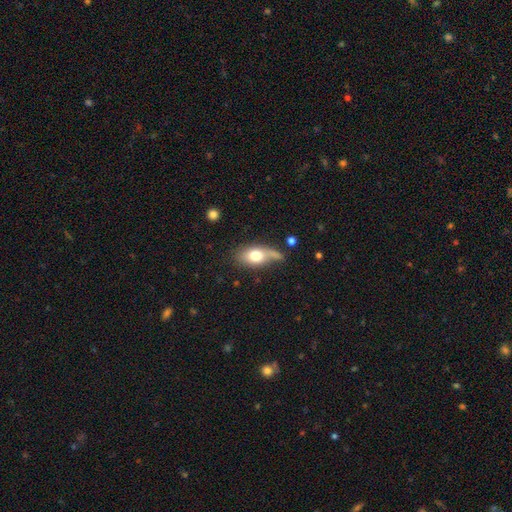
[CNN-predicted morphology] Q: Smooth or featured?
A: smooth (72%); runner-up: featured or disk (21%)
Q: How rounded?
A: in between (83%); runner-up: round (11%)
Q: Merging?
A: none (45%); runner-up: minor disturbance (27%)